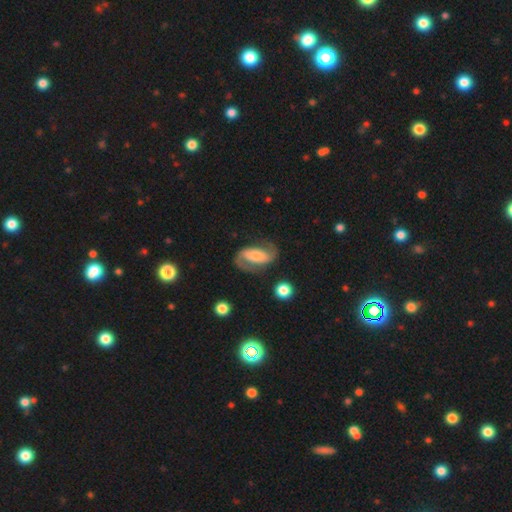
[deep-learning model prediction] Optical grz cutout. It shows a featured or disk galaxy (77%) with no bar (38%), 2 (89%) medium (45%) spiral arms (93%) and a small central bulge (37%). Merging: none (66%).